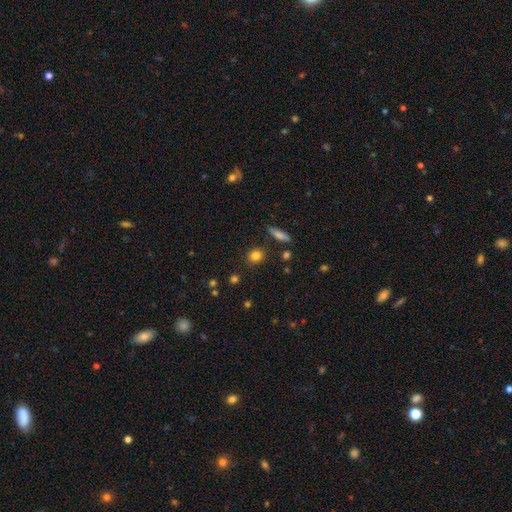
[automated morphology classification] smooth-or-featured: smooth: 83% | star or artifact: 11% | featured or disk: 6%
  how-rounded: round: 78% | in between: 19% | cigar-shaped: 2%
  merging: none: 86% | minor disturbance: 8% | merger: 3% | major disturbance: 3%